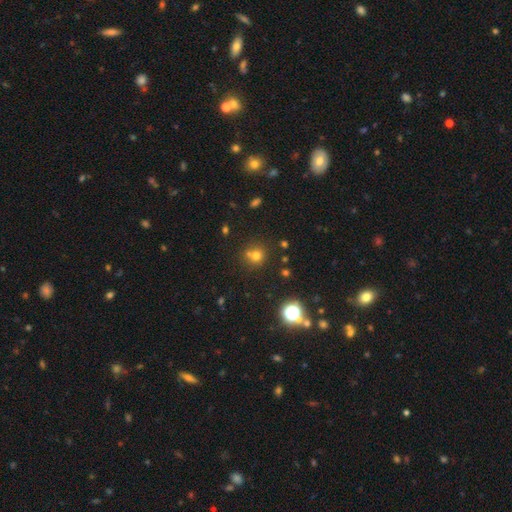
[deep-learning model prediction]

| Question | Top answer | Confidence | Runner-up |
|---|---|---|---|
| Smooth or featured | smooth | 66% | star or artifact (23%) |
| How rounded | round | 86% | in between (13%) |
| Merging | none | 60% | merger (26%) |